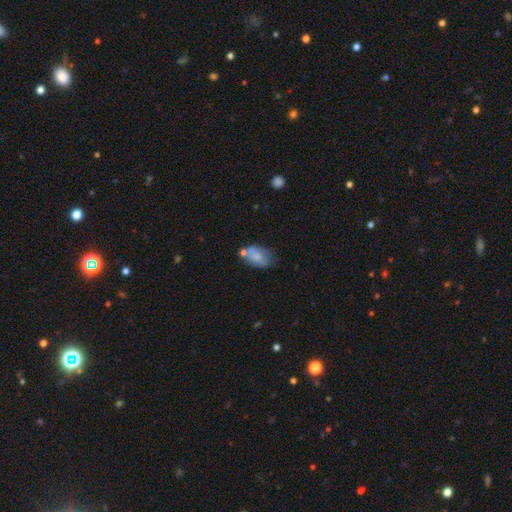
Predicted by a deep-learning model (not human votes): A smooth galaxy with no disk features (63%) that is in between round and cigar-shaped (88%).

Vote fractions:
- Smooth or featured? smooth: 63% / featured or disk: 29% / star or artifact: 8%
- How rounded? in between: 88% / round: 10% / cigar-shaped: 2%
- Merging? none: 42% / minor disturbance: 27% / merger: 20% / major disturbance: 12%